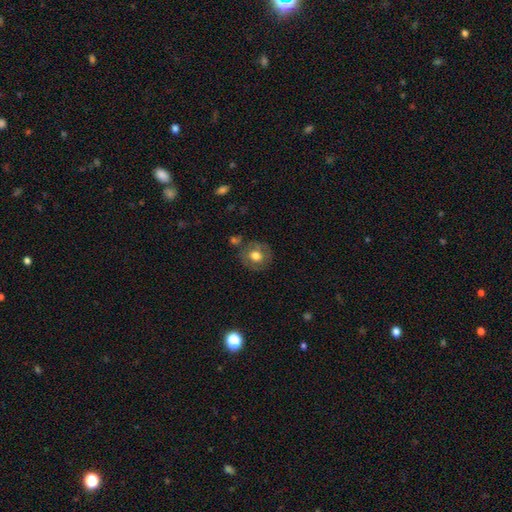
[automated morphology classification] Smooth or featured? smooth (64%)
How rounded? round (83%)
Merging? none (76%)